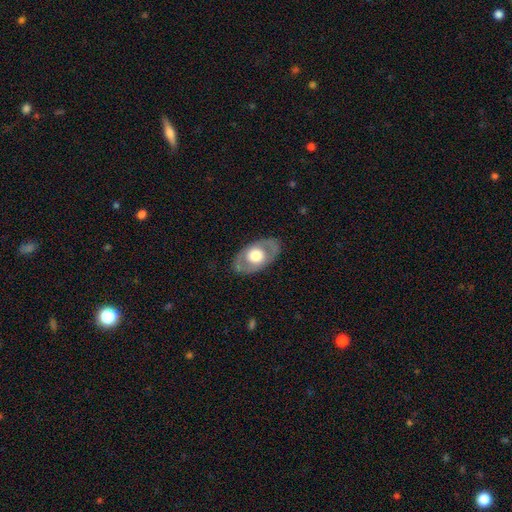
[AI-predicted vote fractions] Morphology: type=featured or disk (56%); edge-on=no (85%); merging=none (83%).